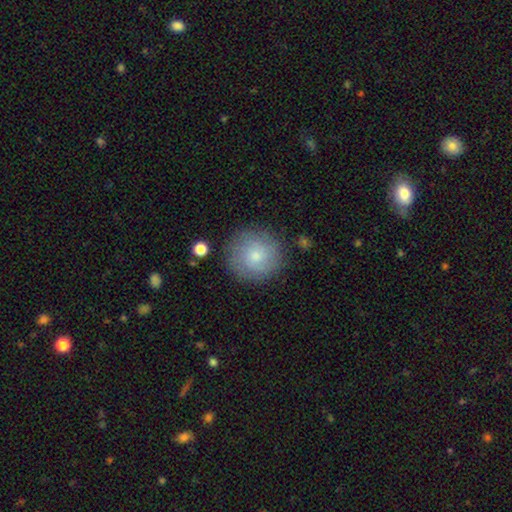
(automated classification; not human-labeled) This appears to be a smooth galaxy with no disk features (68%) that is round (94%). Merging: none (84%).